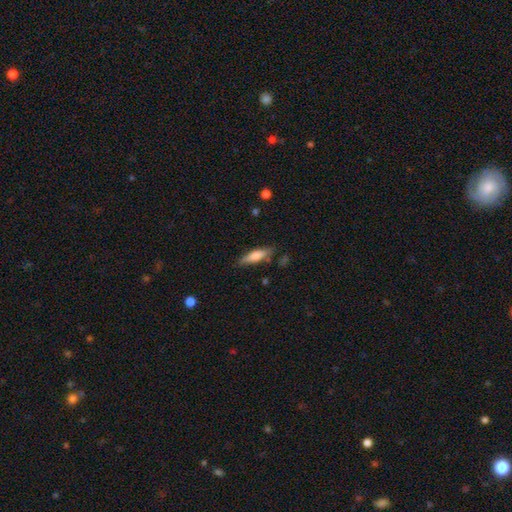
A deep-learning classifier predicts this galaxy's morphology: smooth 63%, featured or disk 31%, star or artifact 6%. Down the decision tree: how rounded — cigar-shaped (67%); merging — none (81%).